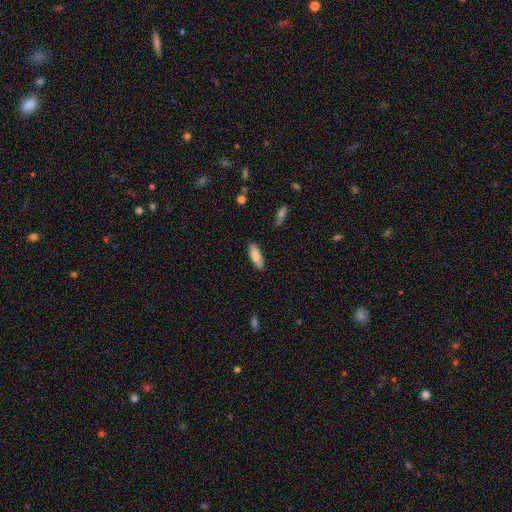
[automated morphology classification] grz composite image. It shows a smooth galaxy with no disk features (85%) that is in between round and cigar-shaped (66%). Merging: none (86%).